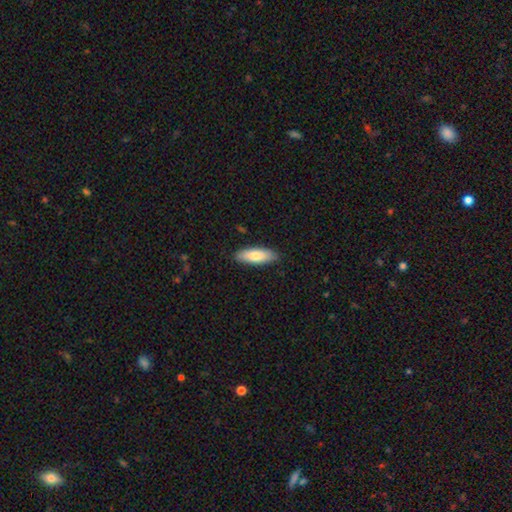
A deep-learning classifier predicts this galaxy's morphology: type=smooth (78%); roundness=in between (62%); merging=none (88%).